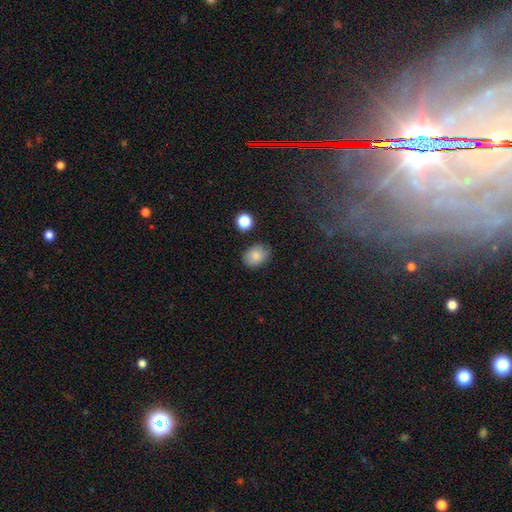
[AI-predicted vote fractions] smooth-or-featured: smooth: 84% | star or artifact: 9% | featured or disk: 7%
  how-rounded: in between: 63% | round: 36% | cigar-shaped: 1%
  merging: none: 77% | minor disturbance: 16% | major disturbance: 3% | merger: 3%